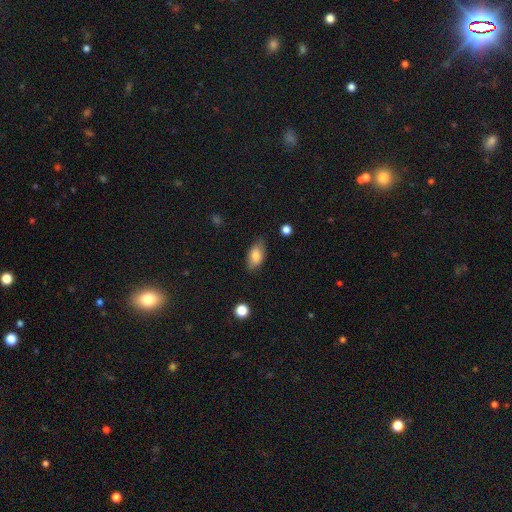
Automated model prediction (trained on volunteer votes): The model was most divided on "merging": none: 76%, minor disturbance: 19%, major disturbance: 4%, merger: 1%. More confident: how rounded — in between (90%); smooth or featured — smooth (76%).